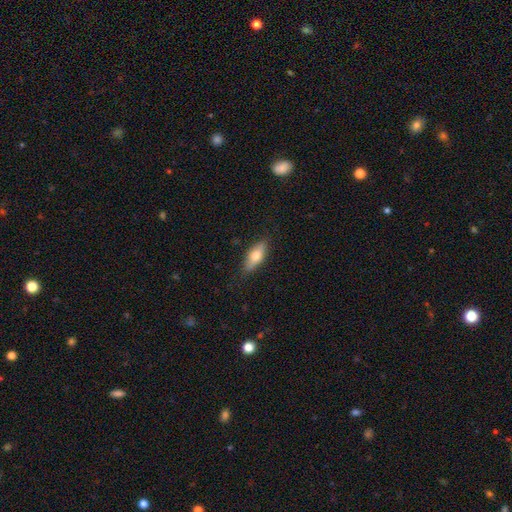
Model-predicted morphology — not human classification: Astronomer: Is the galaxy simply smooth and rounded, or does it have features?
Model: smooth — 68%.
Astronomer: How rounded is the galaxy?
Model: in between — 67%.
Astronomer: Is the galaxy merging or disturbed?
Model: none — 84%.